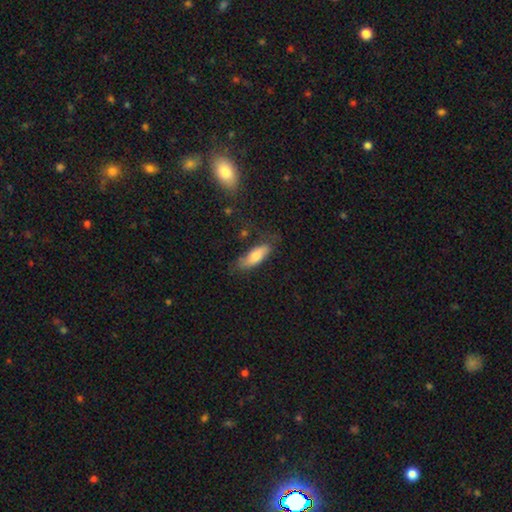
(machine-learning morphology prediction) smooth 72%, featured or disk 22%, star or artifact 6%. Down the decision tree: how rounded — in between (66%); merging — none (65%).